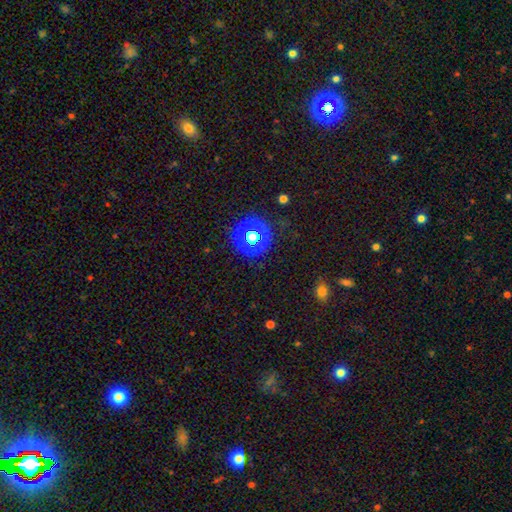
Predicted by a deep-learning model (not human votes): A star or artifact, not a galaxy (65%).